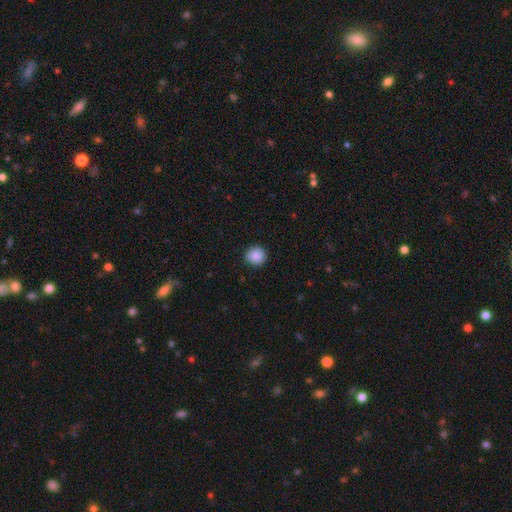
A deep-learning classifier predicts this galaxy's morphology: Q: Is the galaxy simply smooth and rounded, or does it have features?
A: smooth — 89%.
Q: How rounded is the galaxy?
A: round — 89%.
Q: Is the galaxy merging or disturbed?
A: none — 90%.